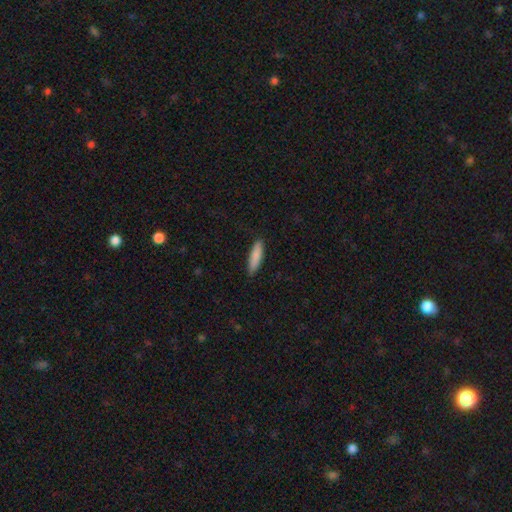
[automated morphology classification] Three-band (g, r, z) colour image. It shows a smooth galaxy with no disk features (86%) that is cigar-shaped (67%). Merging: none (86%).